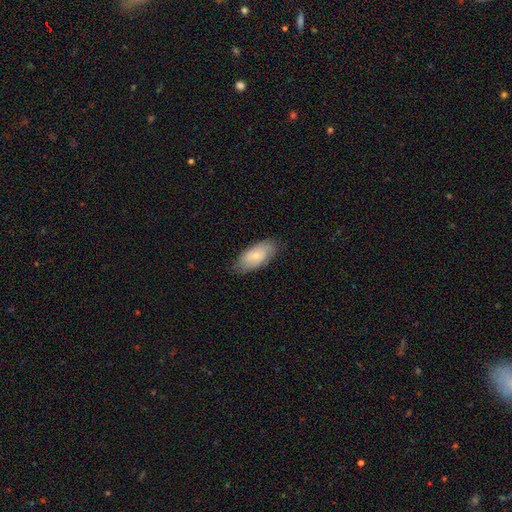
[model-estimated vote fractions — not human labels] This appears to be a featured or disk galaxy (59%) with no bar (65%), spiral arms (86%) and a small central bulge (66%). Merging: none (78%).